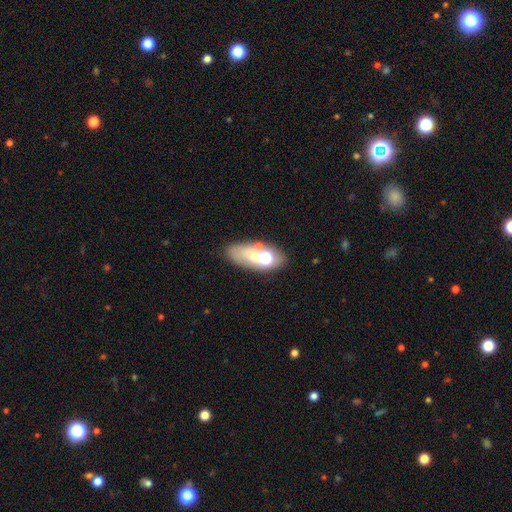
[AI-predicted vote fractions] A smooth galaxy with no disk features (54%) that is in between round and cigar-shaped (79%). Merging: none (57%).